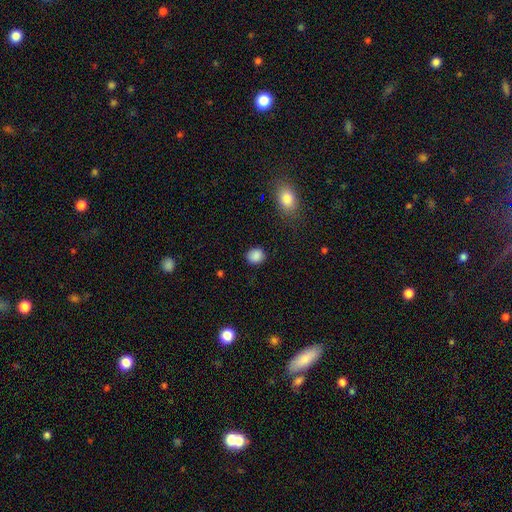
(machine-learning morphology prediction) Smooth or featured? smooth (87%)
How rounded? round (71%)
Merging? none (85%)